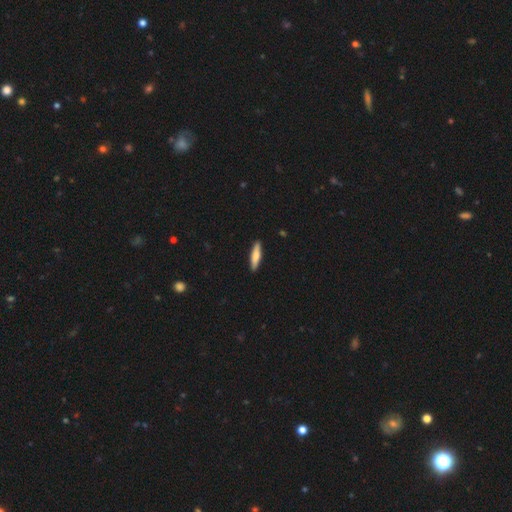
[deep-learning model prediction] Smooth or featured? smooth (70%)
How rounded? cigar-shaped (81%)
Merging? none (91%)